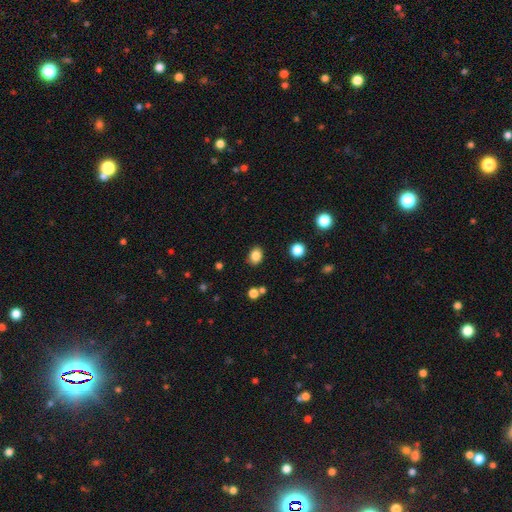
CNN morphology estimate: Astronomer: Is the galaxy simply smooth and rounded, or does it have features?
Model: smooth — 84%.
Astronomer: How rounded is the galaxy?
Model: in between — 58% (runner-up: round, 42%).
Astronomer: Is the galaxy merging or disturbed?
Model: none — 86%.